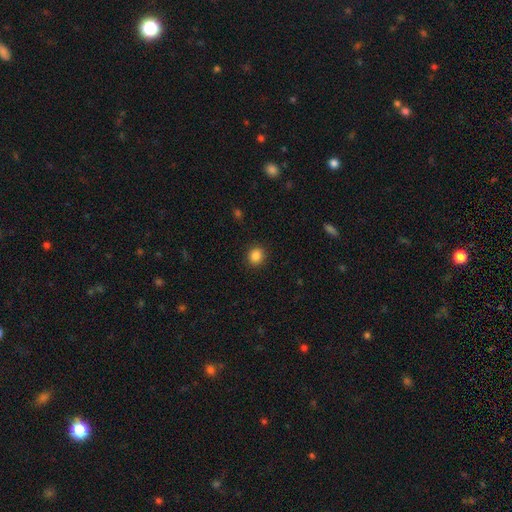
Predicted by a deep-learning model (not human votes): Morphology: type=smooth (86%); roundness=round (81%); merging=none (90%).